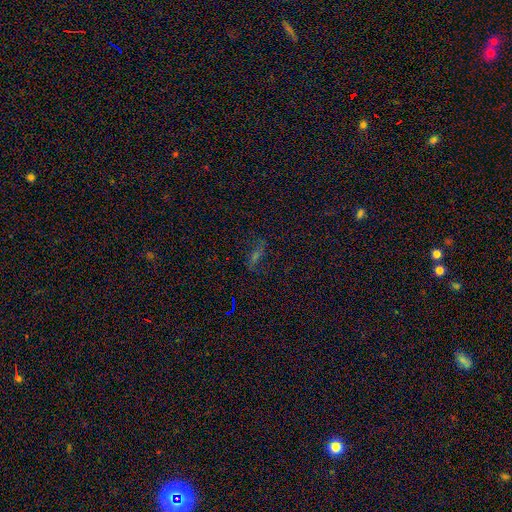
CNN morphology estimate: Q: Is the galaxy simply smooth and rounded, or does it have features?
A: star or artifact — 37%.